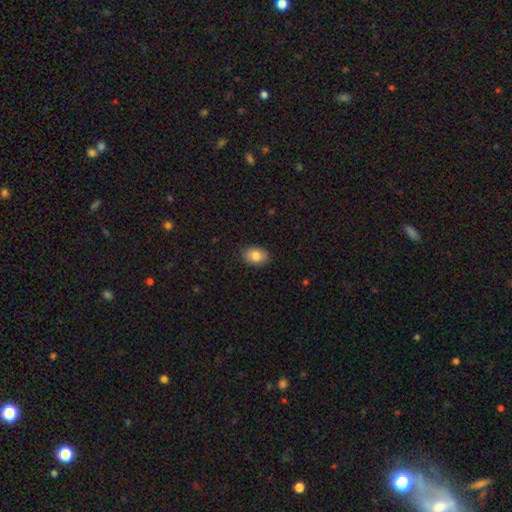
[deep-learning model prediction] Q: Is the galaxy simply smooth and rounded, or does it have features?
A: smooth — 84%.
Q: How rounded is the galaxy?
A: in between — 82%.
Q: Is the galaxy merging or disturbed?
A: none — 87%.